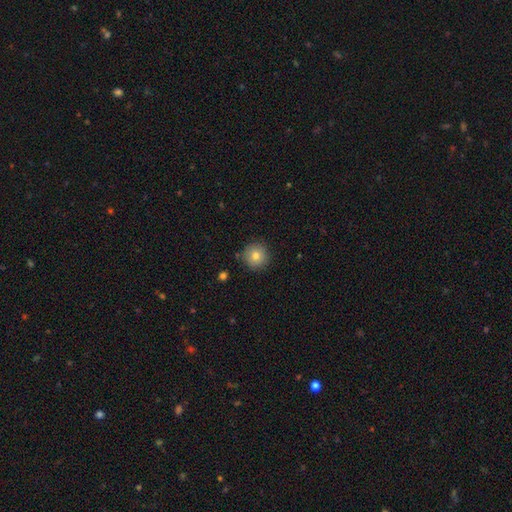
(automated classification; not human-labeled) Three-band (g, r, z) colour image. It shows a smooth galaxy with no disk features (79%) that is round (95%). Merging: none (88%).